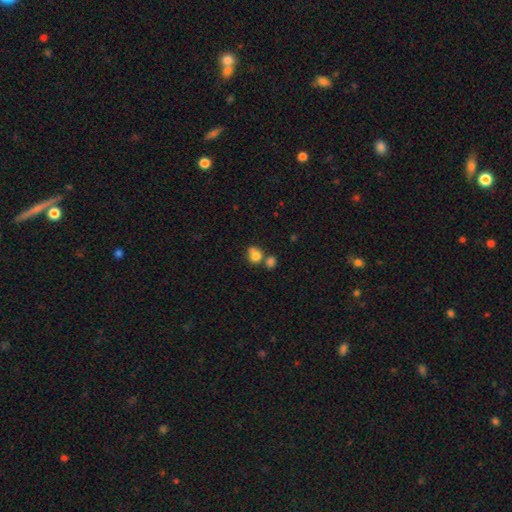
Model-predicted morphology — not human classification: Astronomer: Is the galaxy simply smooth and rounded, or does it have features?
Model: smooth — 80%.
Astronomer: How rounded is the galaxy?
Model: round — 63%.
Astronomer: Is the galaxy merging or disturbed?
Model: none — 41% (runner-up: merger, 40%).